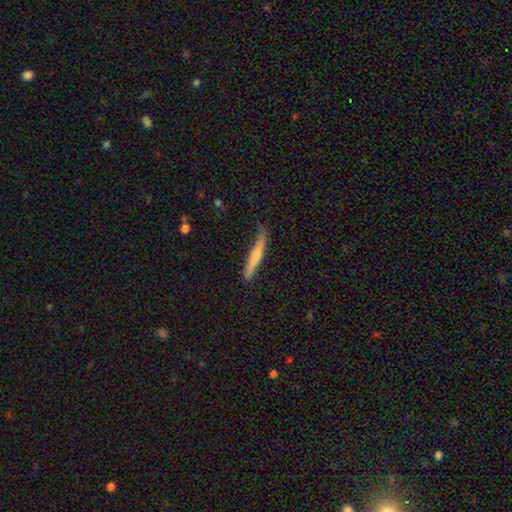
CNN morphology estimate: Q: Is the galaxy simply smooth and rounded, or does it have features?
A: smooth — 53%.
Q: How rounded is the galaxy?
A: cigar-shaped — 94%.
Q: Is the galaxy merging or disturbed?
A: none — 76%.